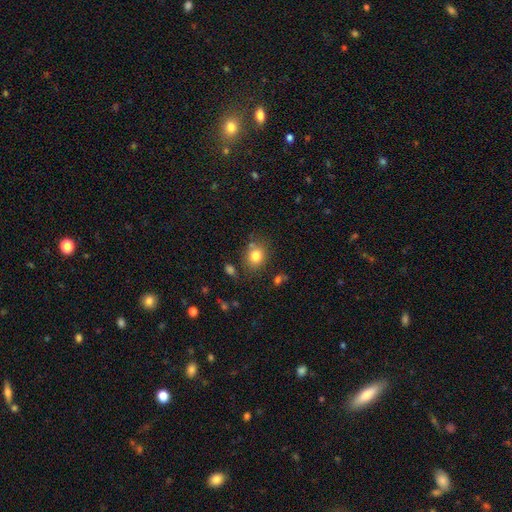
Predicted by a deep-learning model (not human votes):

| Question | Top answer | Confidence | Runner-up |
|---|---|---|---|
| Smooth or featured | smooth | 80% | star or artifact (11%) |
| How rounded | round | 59% | in between (40%) |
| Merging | none | 74% | minor disturbance (14%) |